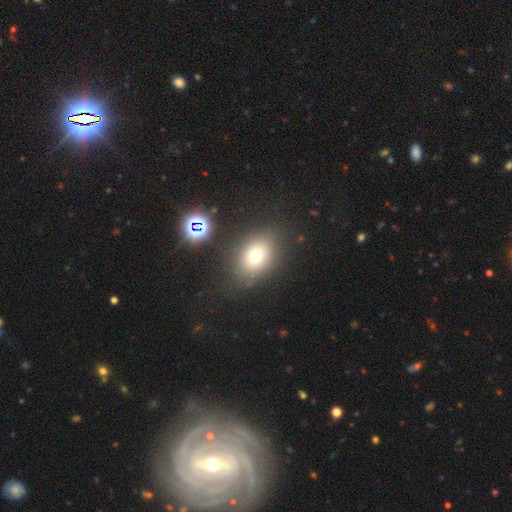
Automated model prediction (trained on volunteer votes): smooth-or-featured: smooth: 69% | star or artifact: 17% | featured or disk: 15%
  how-rounded: in between: 60% | round: 39% | cigar-shaped: 1%
  merging: none: 80% | minor disturbance: 11% | major disturbance: 5% | merger: 4%